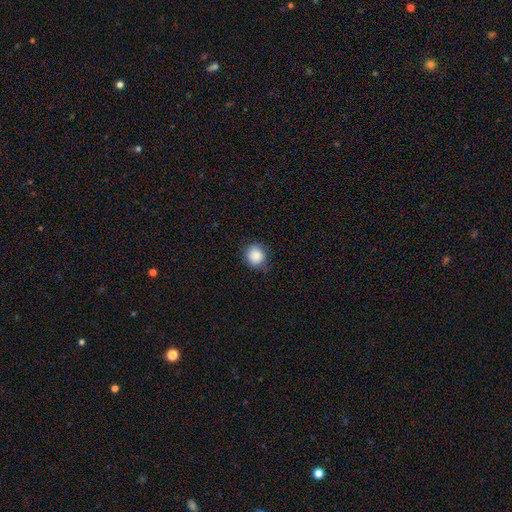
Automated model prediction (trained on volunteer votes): Smooth or featured? smooth (86%)
How rounded? round (81%)
Merging? none (79%)